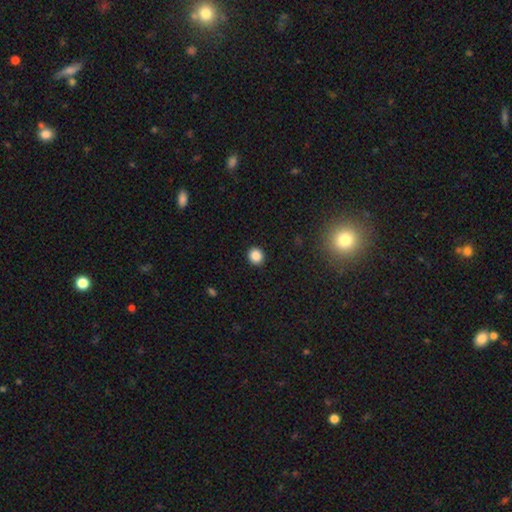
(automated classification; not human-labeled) smooth_or_featured: smooth (p=0.87) [alt: star or artifact p=0.10]
how_rounded: round (p=0.87) [alt: in between p=0.12]
merging: none (p=0.92) [alt: minor disturbance p=0.05]